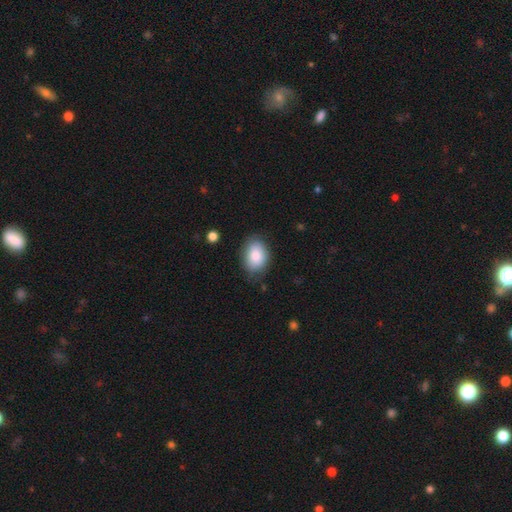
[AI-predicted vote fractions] smooth_or_featured: smooth (p=0.85) [alt: featured or disk p=0.08]
how_rounded: in between (p=0.80) [alt: round p=0.19]
merging: none (p=0.78) [alt: minor disturbance p=0.17]